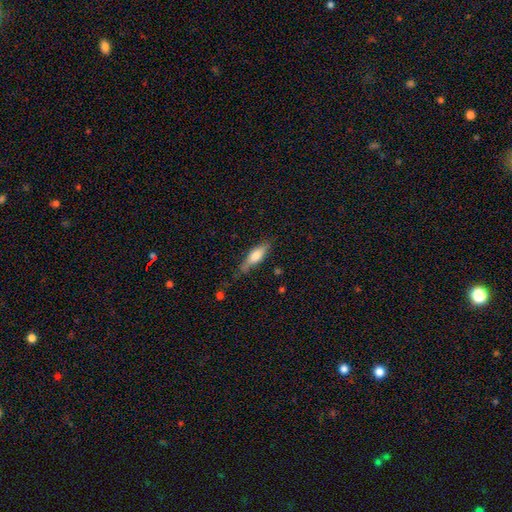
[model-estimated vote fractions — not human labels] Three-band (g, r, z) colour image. It shows a smooth galaxy with no disk features (66%) that is cigar-shaped (52%). Merging: none (64%).